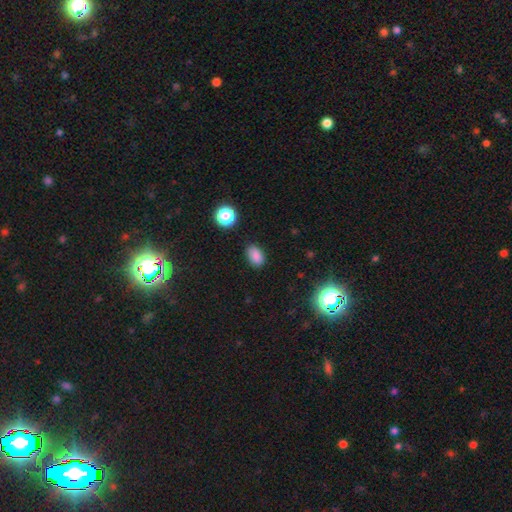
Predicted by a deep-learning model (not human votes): Smooth or featured?
  - smooth: 84% *
  - star or artifact: 12%
  - featured or disk: 4%
How rounded?
  - in between: 86% *
  - round: 12%
  - cigar-shaped: 2%
Merging?
  - none: 84% *
  - minor disturbance: 12%
  - major disturbance: 3%
  - merger: 2%